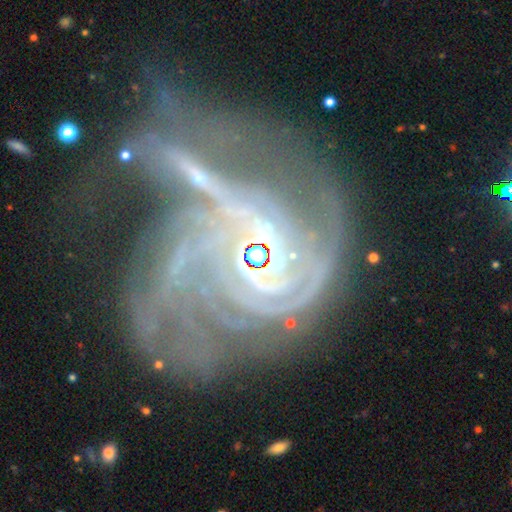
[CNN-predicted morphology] featured or disk 84%, star or artifact 10%, smooth 6%. Down the decision tree: edge-on disk — no (96%); bar — no (50%); spiral arms — yes (93%); spiral arm count — can't tell (32%); spiral winding — tight (57%); bulge size — small (56%); merging — merger (40%).